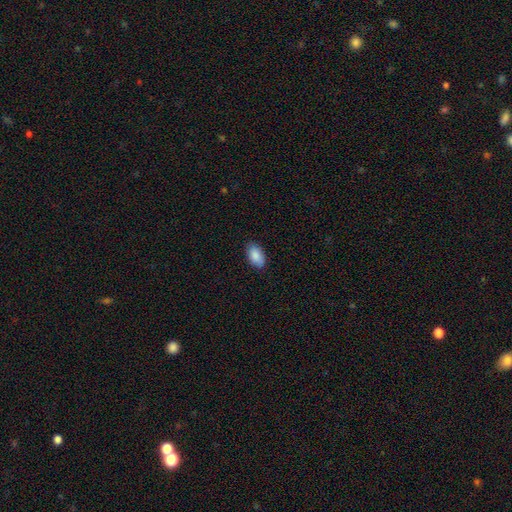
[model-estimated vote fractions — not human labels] Smooth or featured? Predicted: smooth (p=0.89). How rounded? Predicted: in between (p=0.94). Merging? Predicted: none (p=0.87).